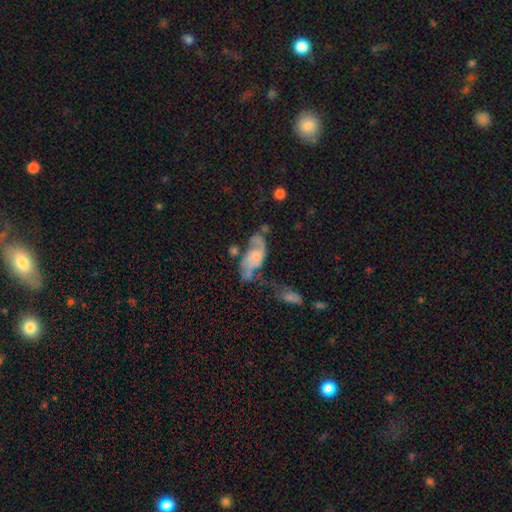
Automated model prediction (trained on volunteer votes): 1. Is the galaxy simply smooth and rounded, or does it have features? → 66% featured or disk, 24% smooth, 10% star or artifact.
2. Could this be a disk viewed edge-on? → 93% no, 7% yes.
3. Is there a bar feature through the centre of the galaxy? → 66% no, 27% weak, 7% strong.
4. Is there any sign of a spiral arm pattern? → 83% yes, 17% no.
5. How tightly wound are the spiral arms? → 45% loose, 37% medium, 18% tight.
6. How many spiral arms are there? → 77% 2, 11% can't tell, 8% 1, 2% 3, 1% 4, 1% more than 4.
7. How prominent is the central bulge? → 36% none, 34% small, 21% moderate, 7% large, 2% dominant.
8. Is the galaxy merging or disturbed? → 30% none, 27% major disturbance, 22% merger, 20% minor disturbance.